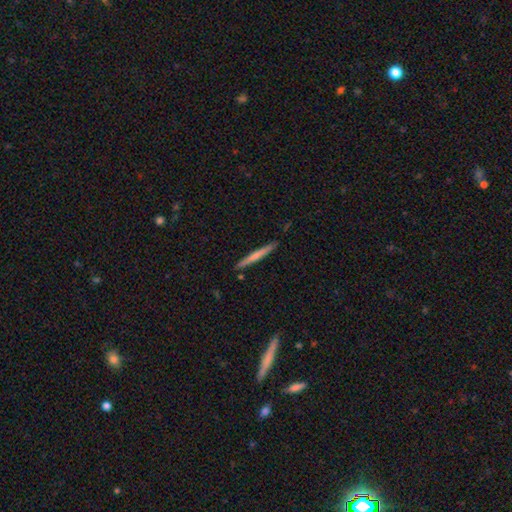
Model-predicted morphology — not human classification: Smooth or featured? smooth (61%)
How rounded? cigar-shaped (97%)
Merging? none (90%)